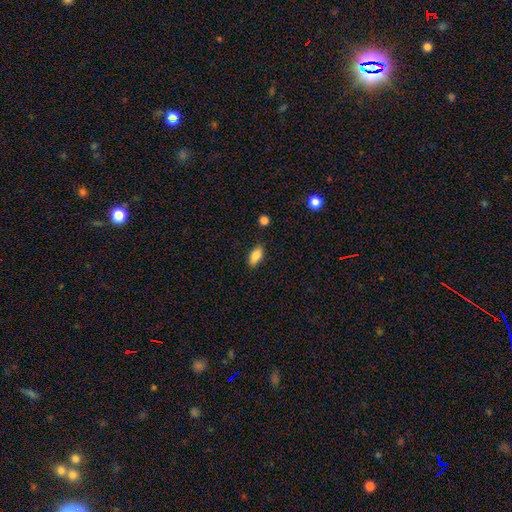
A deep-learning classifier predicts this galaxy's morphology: type=smooth (85%); roundness=in between (87%); merging=none (84%).